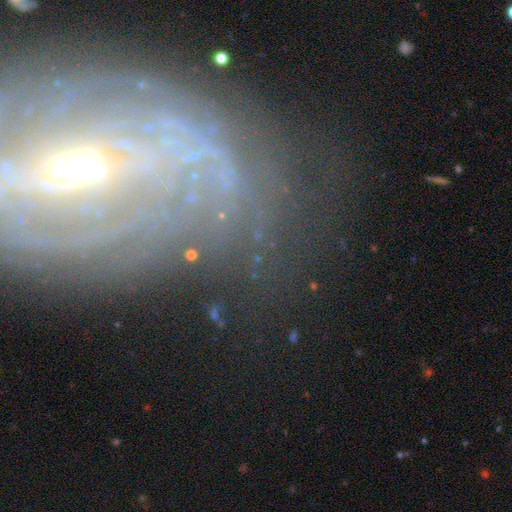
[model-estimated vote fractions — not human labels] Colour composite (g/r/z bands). It shows a featured or disk galaxy (67%) with no bar (51%), spiral arms (68%) and a small central bulge (41%). Merging: none (64%).